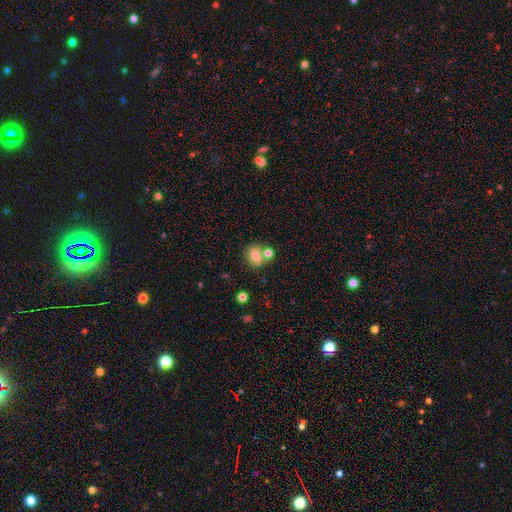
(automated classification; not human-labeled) Q: Smooth or featured?
A: smooth (76%); runner-up: featured or disk (14%)
Q: How rounded?
A: round (55%); runner-up: in between (44%)
Q: Merging?
A: none (58%); runner-up: merger (28%)